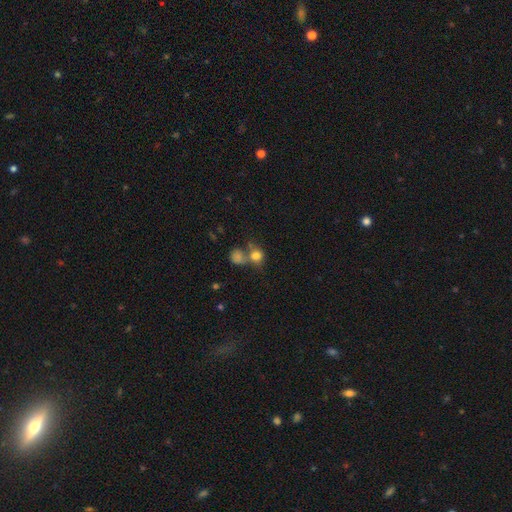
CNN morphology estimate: Q: Smooth or featured?
A: smooth (77%); runner-up: star or artifact (12%)
Q: How rounded?
A: round (73%); runner-up: in between (25%)
Q: Merging?
A: merger (41%); runner-up: none (40%)